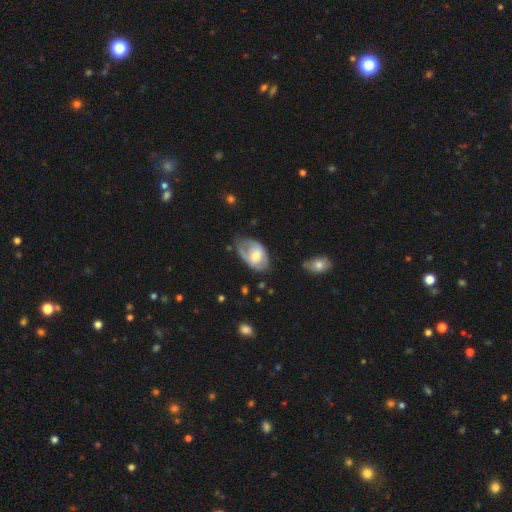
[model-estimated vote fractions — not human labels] Smooth or featured? featured or disk (48%)
Merging? none (49%)